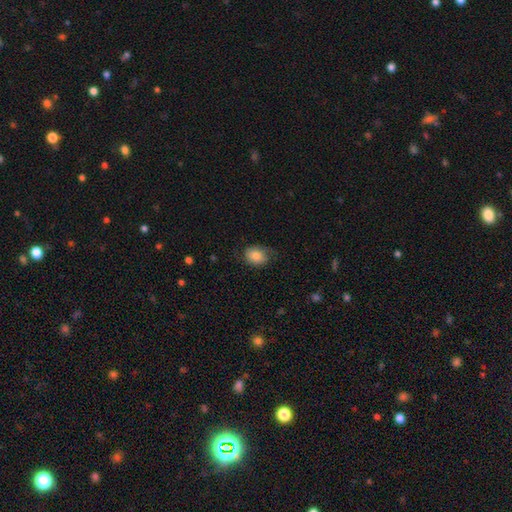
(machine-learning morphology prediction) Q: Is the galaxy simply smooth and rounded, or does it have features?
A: smooth — 74%.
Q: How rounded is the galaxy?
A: in between — 59%.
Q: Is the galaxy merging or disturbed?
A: none — 62%.